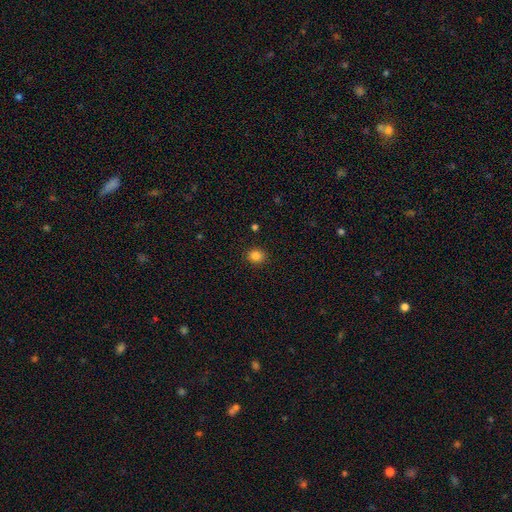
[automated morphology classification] Smooth or featured?
  - smooth: 84% *
  - star or artifact: 11%
  - featured or disk: 4%
How rounded?
  - round: 72% *
  - in between: 27%
  - cigar-shaped: 1%
Merging?
  - none: 91% *
  - minor disturbance: 6%
  - major disturbance: 2%
  - merger: 1%